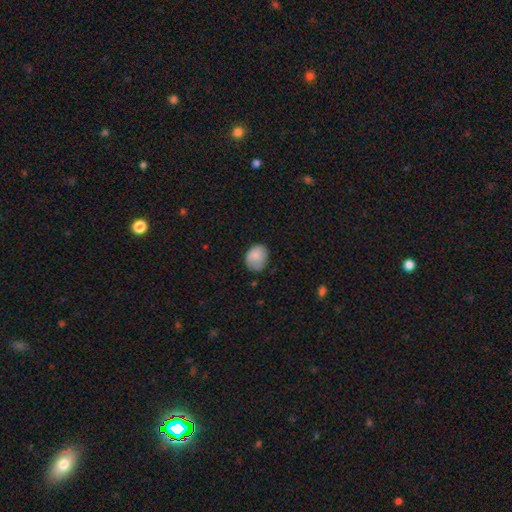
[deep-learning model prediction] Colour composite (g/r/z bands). It shows a smooth galaxy with no disk features (84%) that is in between round and cigar-shaped (55%). Merging: none (62%).